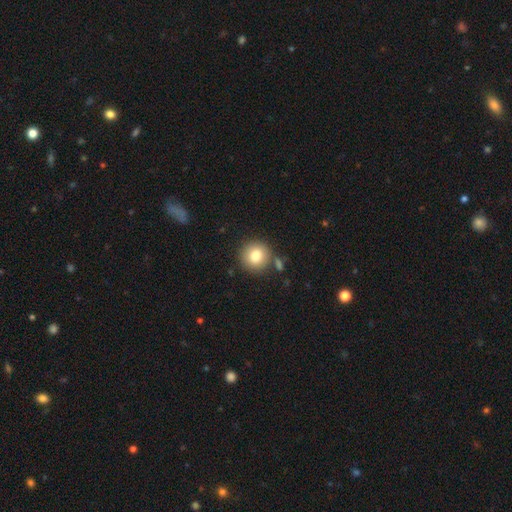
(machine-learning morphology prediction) Smooth or featured? Predicted: smooth (p=0.82). How rounded? Predicted: round (p=0.92). Merging? Predicted: none (p=0.79).